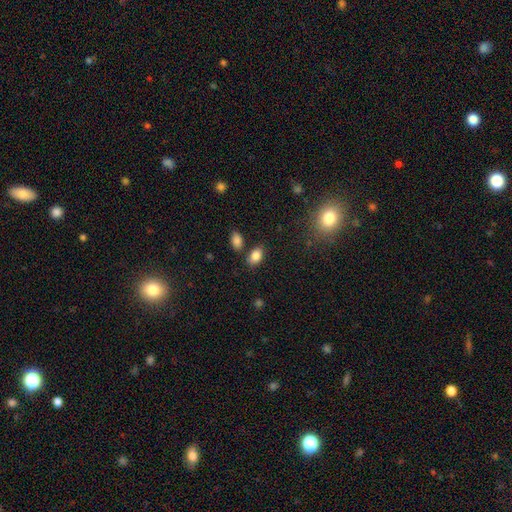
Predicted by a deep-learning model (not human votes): smooth_or_featured: smooth (p=0.85) [alt: star or artifact p=0.09]
how_rounded: in between (p=0.84) [alt: round p=0.14]
merging: none (p=0.74) [alt: minor disturbance p=0.13]